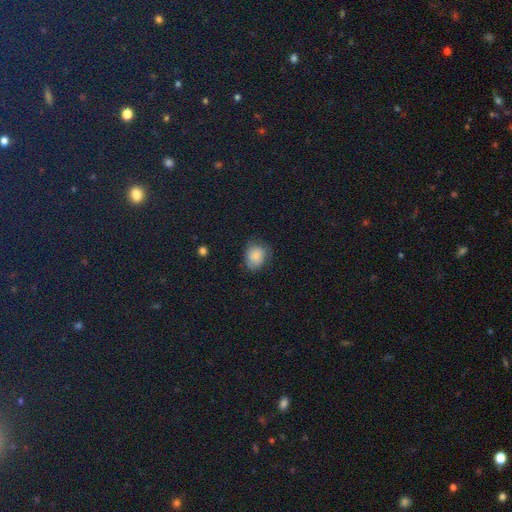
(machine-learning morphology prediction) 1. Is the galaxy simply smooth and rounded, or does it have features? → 75% smooth, 13% featured or disk, 12% star or artifact.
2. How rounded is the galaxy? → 59% round, 40% in between, 1% cigar-shaped.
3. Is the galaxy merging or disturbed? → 66% none, 24% minor disturbance, 9% major disturbance, 1% merger.